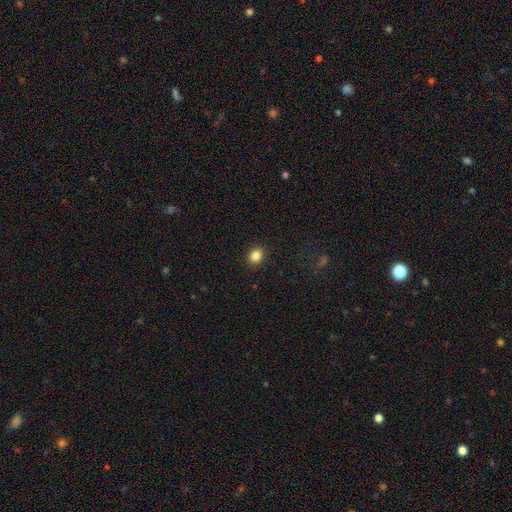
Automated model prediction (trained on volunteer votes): This appears to be a smooth galaxy with no disk features (85%) that is round (63%). Merging: none (90%).